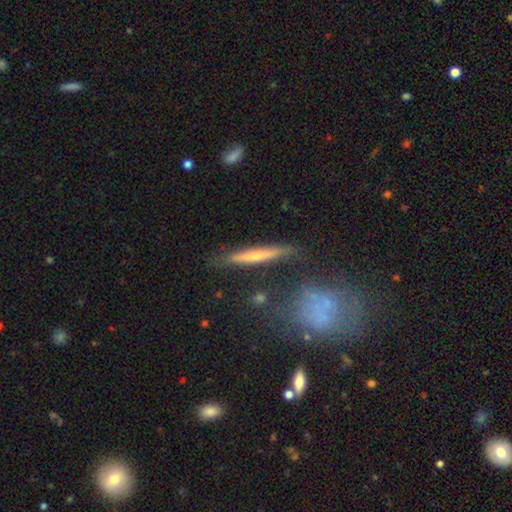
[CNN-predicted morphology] This is possibly a smooth galaxy (52%). How rounded: clearly cigar-shaped (93%). Merging: likely none (79%).